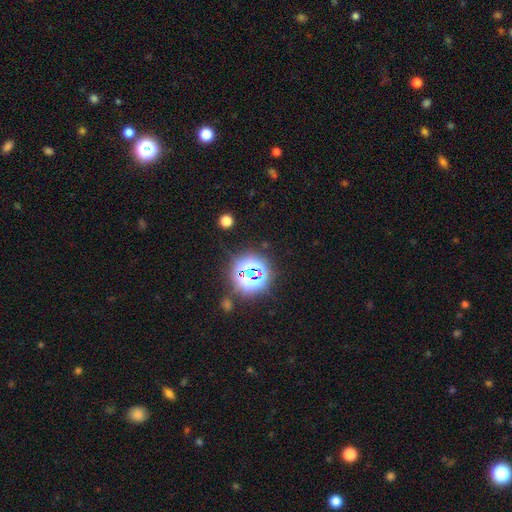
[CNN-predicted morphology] type=star or artifact (79%).